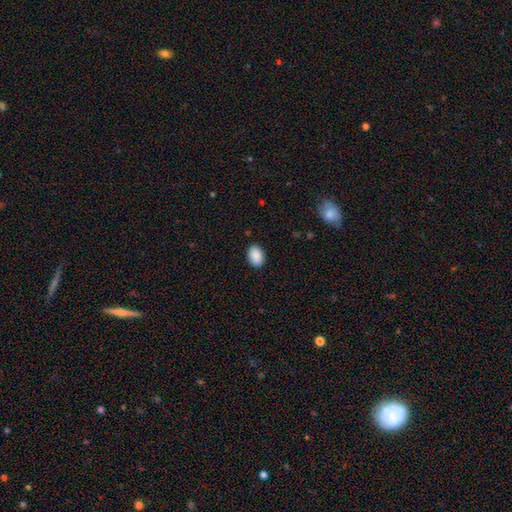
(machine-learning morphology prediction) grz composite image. It shows a smooth galaxy with no disk features (90%) that is in between round and cigar-shaped (85%). Merging: none (89%).